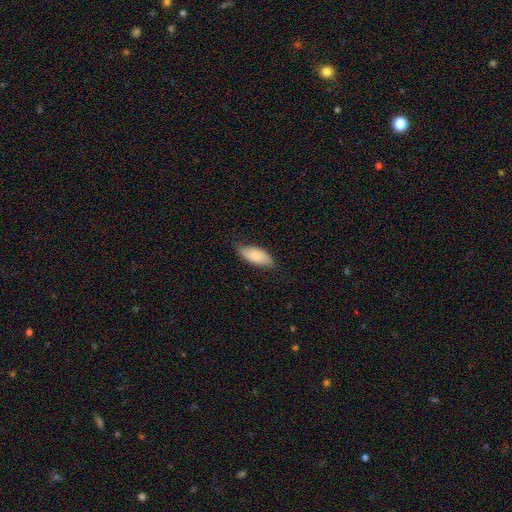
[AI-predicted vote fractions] Smooth or featured? smooth (76%)
How rounded? in between (85%)
Merging? none (71%)